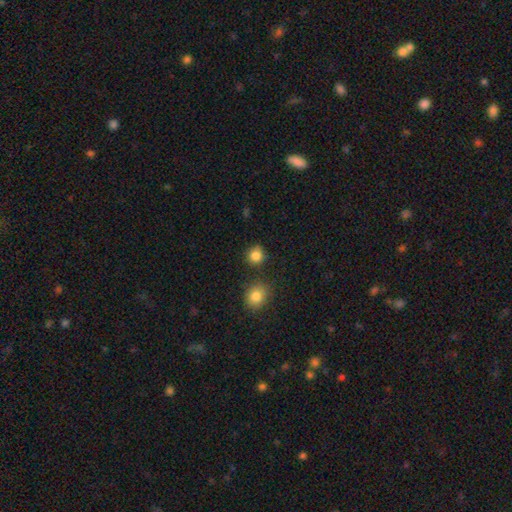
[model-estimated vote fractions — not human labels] smooth-or-featured: smooth: 84% | star or artifact: 11% | featured or disk: 4%
  how-rounded: round: 87% | in between: 12% | cigar-shaped: 1%
  merging: none: 81% | minor disturbance: 11% | merger: 5% | major disturbance: 3%